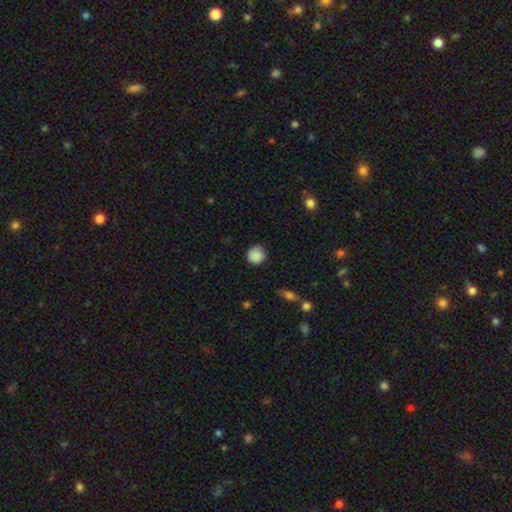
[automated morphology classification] Smooth or featured: smooth — 86% (star or artifact — 8%)
How rounded: round — 90% (in between — 9%)
Merging: none — 77% (minor disturbance — 18%)